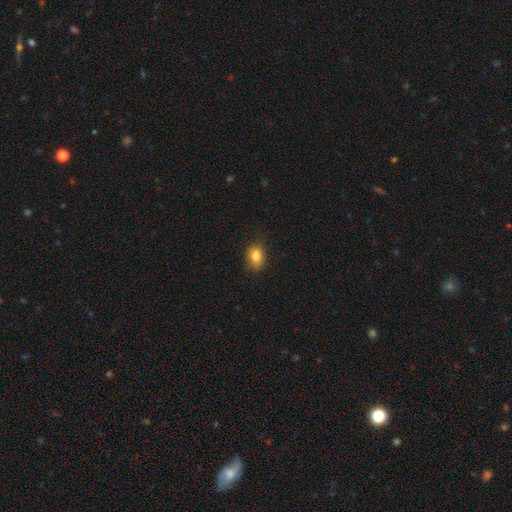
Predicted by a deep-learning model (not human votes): smooth 83%, star or artifact 10%, featured or disk 7%. Down the decision tree: how rounded — in between (69%); merging — none (78%).